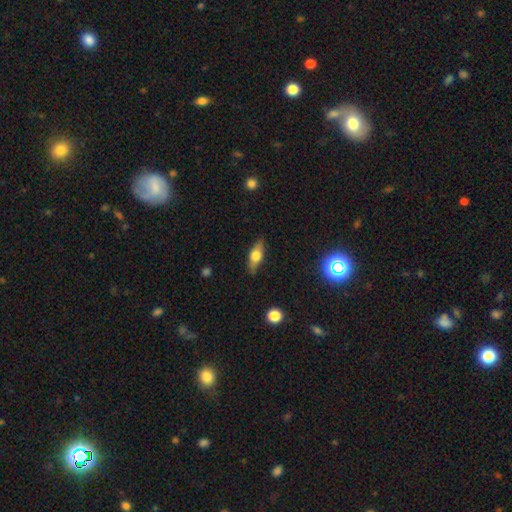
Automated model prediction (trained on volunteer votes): smooth-or-featured: smooth: 50% | featured or disk: 43% | star or artifact: 8%
  merging: none: 84% | minor disturbance: 12% | major disturbance: 3% | merger: 1%